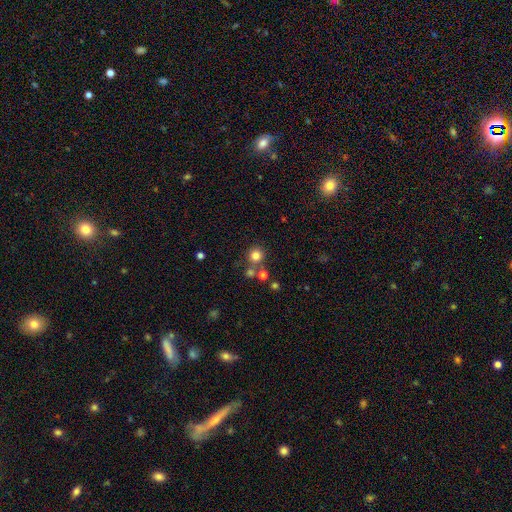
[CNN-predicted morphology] Smooth or featured? Predicted: smooth (p=0.77). How rounded? Predicted: round (p=0.92). Merging? Predicted: none (p=0.71).